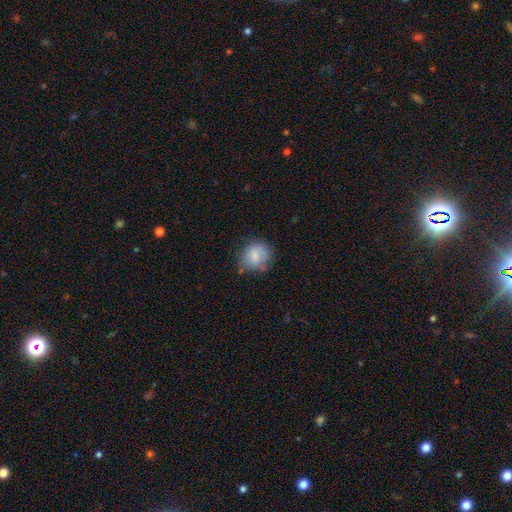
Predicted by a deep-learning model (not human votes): A smooth galaxy with no disk features (80%) that is round (74%).

Vote fractions:
- Smooth or featured? smooth: 80% / featured or disk: 12% / star or artifact: 8%
- How rounded? round: 74% / in between: 25% / cigar-shaped: 1%
- Merging? none: 65% / minor disturbance: 24% / major disturbance: 6% / merger: 4%